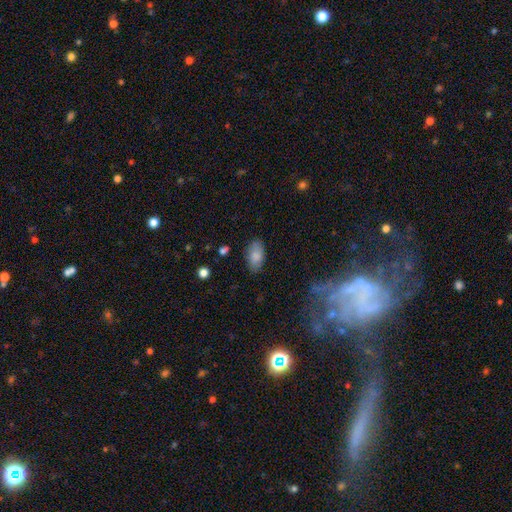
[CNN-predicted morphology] This appears to be a smooth galaxy with no disk features (85%) that is in between round and cigar-shaped (93%). Merging: none (83%).